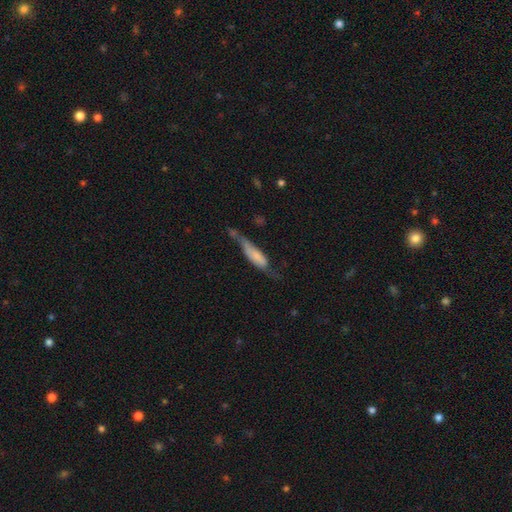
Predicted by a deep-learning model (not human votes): Smooth or featured: smooth — 57% (featured or disk — 36%)
How rounded: cigar-shaped — 59% (in between — 38%)
Merging: major disturbance — 31% (minor disturbance — 30%)